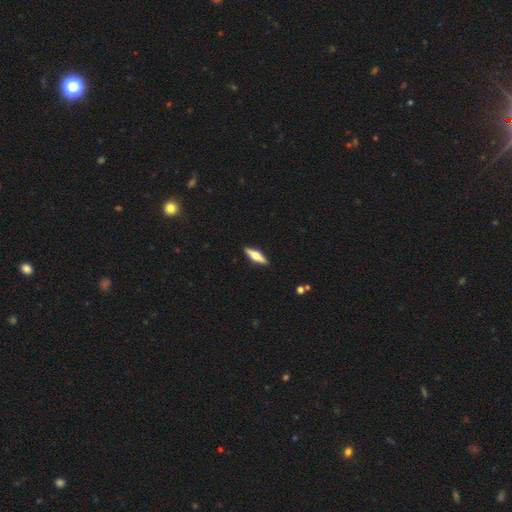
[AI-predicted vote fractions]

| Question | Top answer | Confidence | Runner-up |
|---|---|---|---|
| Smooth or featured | featured or disk | 53% | smooth (42%) |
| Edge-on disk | yes | 94% | no (6%) |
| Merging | none | 90% | minor disturbance (7%) |